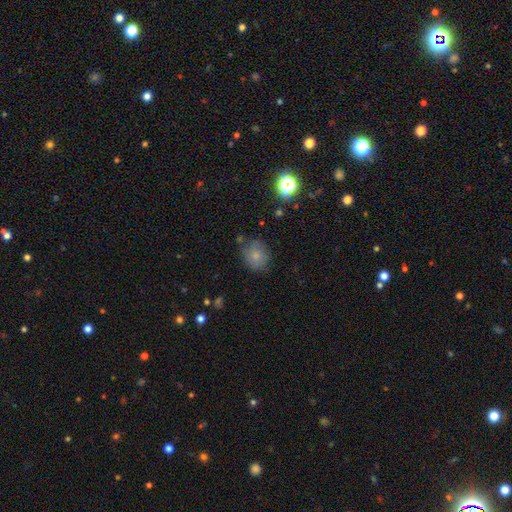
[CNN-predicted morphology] A smooth galaxy with no disk features (77%) that is round (75%).

Vote fractions:
- Smooth or featured? smooth: 77% / featured or disk: 12% / star or artifact: 11%
- How rounded? round: 75% / in between: 24% / cigar-shaped: 1%
- Merging? none: 67% / minor disturbance: 22% / major disturbance: 6% / merger: 4%